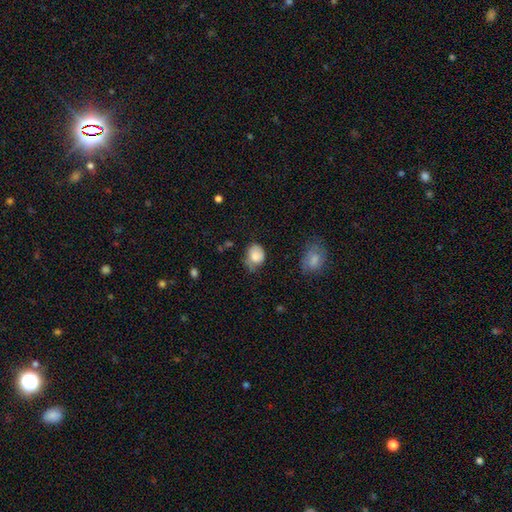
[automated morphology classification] smooth_or_featured: smooth (p=0.73) [alt: featured or disk p=0.20]
how_rounded: in between (p=0.54) [alt: round p=0.45]
merging: none (p=0.43) [alt: minor disturbance p=0.39]